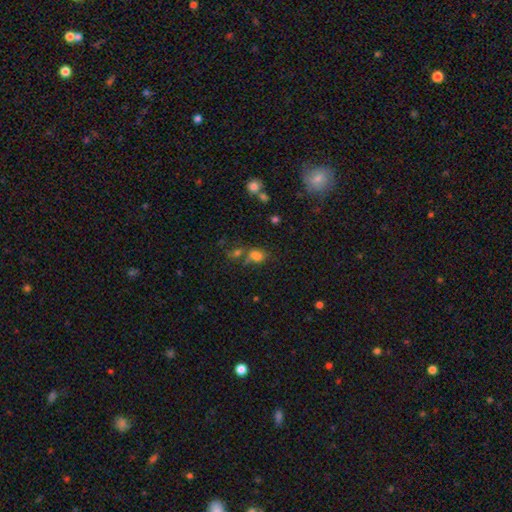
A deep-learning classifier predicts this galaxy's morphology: Q: Smooth or featured?
A: smooth (67%); runner-up: star or artifact (21%)
Q: How rounded?
A: in between (65%); runner-up: round (33%)
Q: Merging?
A: merger (39%); runner-up: none (36%)